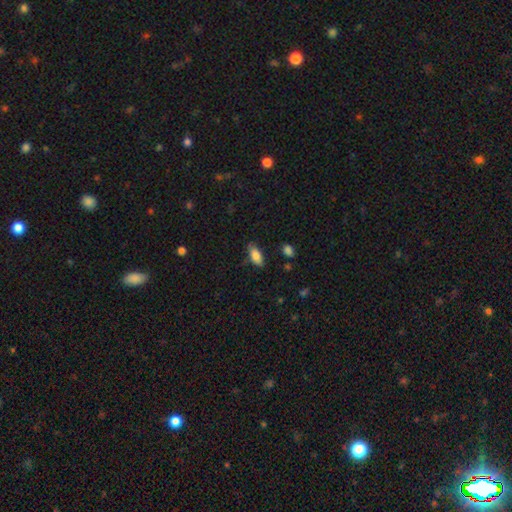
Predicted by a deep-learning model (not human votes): Q: Smooth or featured?
A: smooth (84%); runner-up: featured or disk (9%)
Q: How rounded?
A: in between (88%); runner-up: cigar-shaped (10%)
Q: Merging?
A: none (78%); runner-up: minor disturbance (17%)